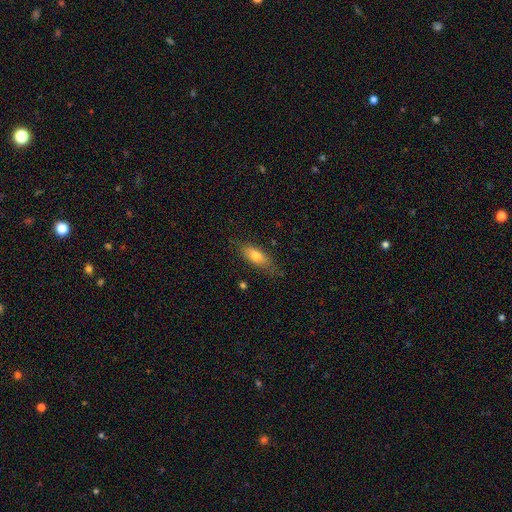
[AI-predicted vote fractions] The model was most divided on "how rounded": in between: 71%, cigar-shaped: 26%, round: 3%. More confident: merging — none (73%); smooth or featured — smooth (73%).